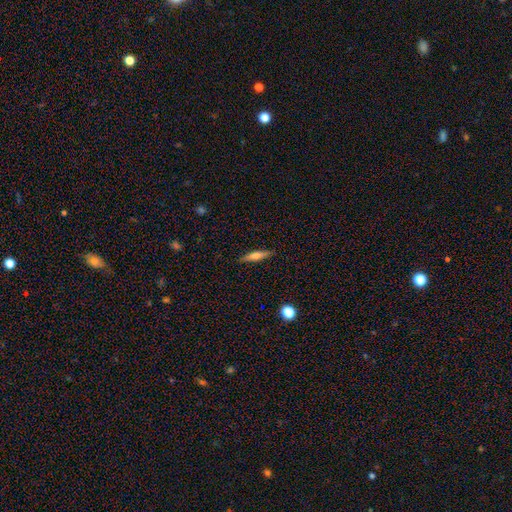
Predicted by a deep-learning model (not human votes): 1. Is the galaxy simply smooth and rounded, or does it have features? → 49% smooth, 44% featured or disk, 7% star or artifact.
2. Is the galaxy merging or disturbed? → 88% none, 8% minor disturbance, 2% major disturbance, 1% merger.